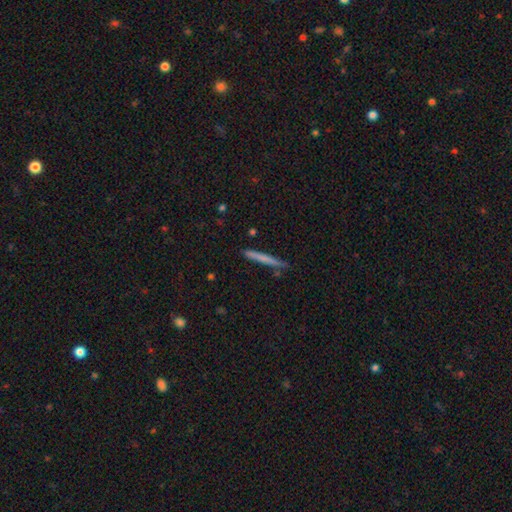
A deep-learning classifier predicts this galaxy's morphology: Smooth or featured? Predicted: smooth (p=0.63). How rounded? Predicted: cigar-shaped (p=0.97). Merging? Predicted: none (p=0.88).